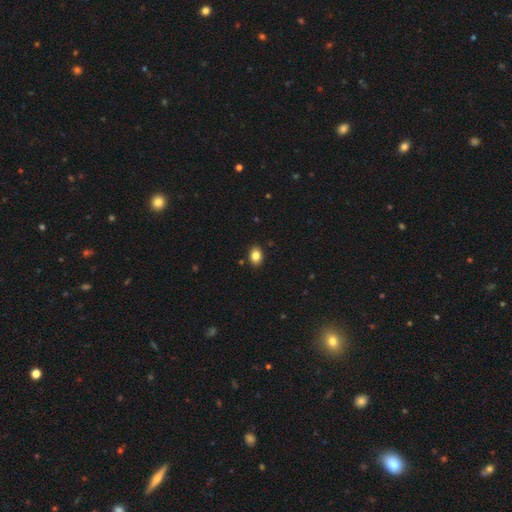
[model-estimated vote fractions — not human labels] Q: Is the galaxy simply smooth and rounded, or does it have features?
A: smooth — 84%.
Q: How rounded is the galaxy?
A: in between — 77%.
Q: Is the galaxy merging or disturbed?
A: none — 88%.